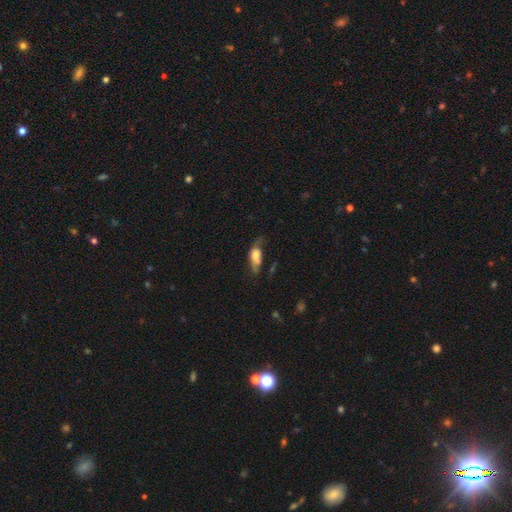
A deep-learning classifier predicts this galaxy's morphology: Smooth or featured?
  - smooth: 65% *
  - featured or disk: 26%
  - star or artifact: 9%
How rounded?
  - in between: 76% *
  - cigar-shaped: 19%
  - round: 5%
Merging?
  - none: 32% * (tied)
  - minor disturbance: 32% * (tied)
  - major disturbance: 30%
  - merger: 6%